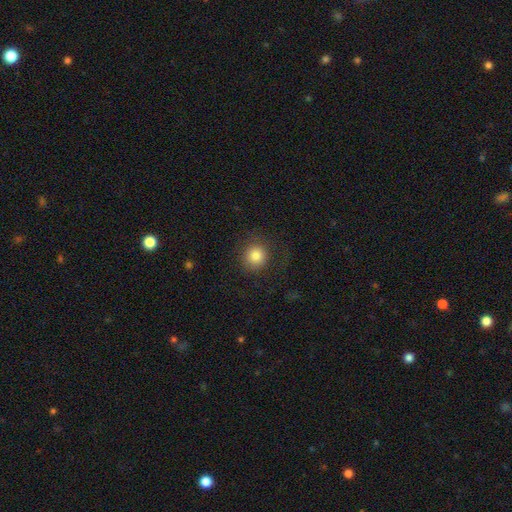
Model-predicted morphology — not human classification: smooth-or-featured: smooth: 84% | star or artifact: 10% | featured or disk: 6%
  how-rounded: round: 88% | in between: 12% | cigar-shaped: 1%
  merging: none: 82% | minor disturbance: 11% | major disturbance: 6% | merger: 1%